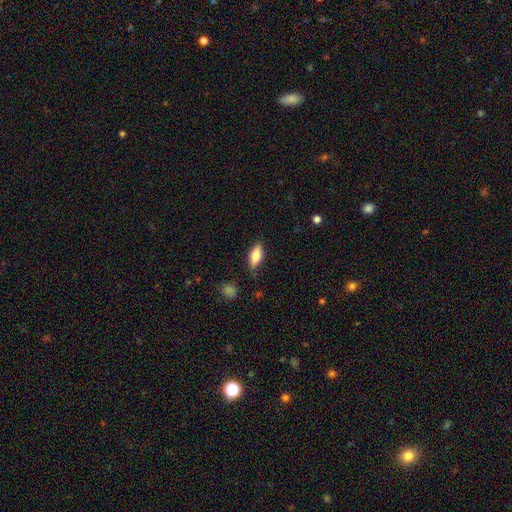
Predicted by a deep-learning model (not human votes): smooth 73%, featured or disk 20%, star or artifact 7%. Down the decision tree: how rounded — in between (77%); merging — none (78%).